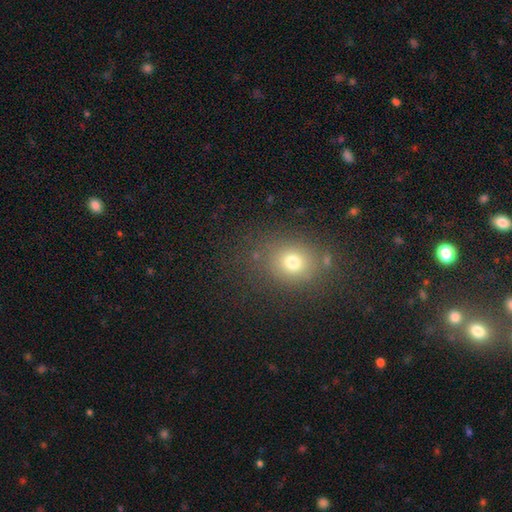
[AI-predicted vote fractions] smooth-or-featured: smooth: 65% | star or artifact: 26% | featured or disk: 9%
  how-rounded: round: 62% | in between: 37% | cigar-shaped: 1%
  merging: none: 82% | minor disturbance: 11% | major disturbance: 4% | merger: 3%